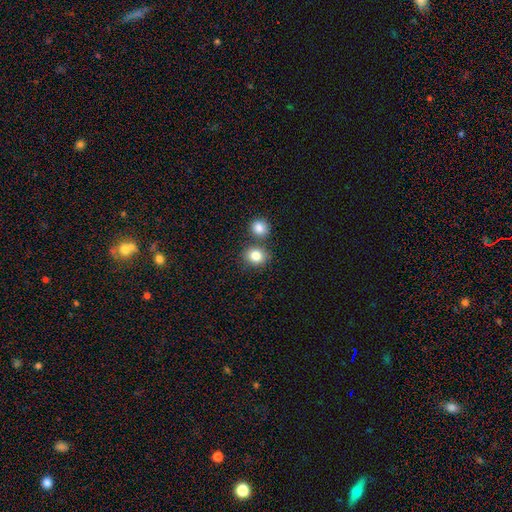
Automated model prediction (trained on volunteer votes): Smooth or featured? Predicted: smooth (p=0.82). How rounded? Predicted: round (p=0.70). Merging? Predicted: none (p=0.66).